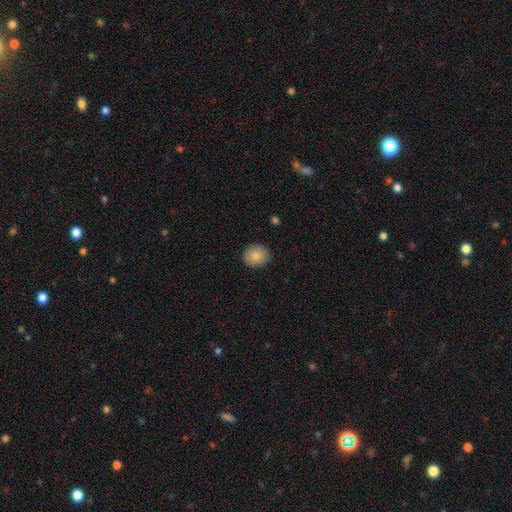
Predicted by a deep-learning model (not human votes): The model was most divided on "how rounded": round: 82%, in between: 17%, cigar-shaped: 1%. More confident: merging — none (90%); smooth or featured — smooth (86%).